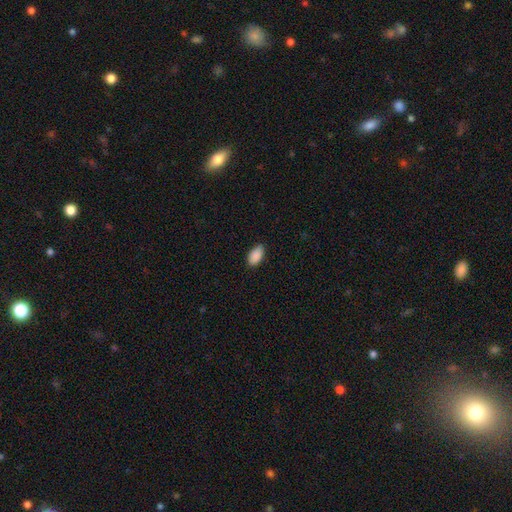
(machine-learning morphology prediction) Q: Smooth or featured?
A: smooth (90%); runner-up: star or artifact (7%)
Q: How rounded?
A: in between (94%); runner-up: round (3%)
Q: Merging?
A: none (84%); runner-up: minor disturbance (13%)